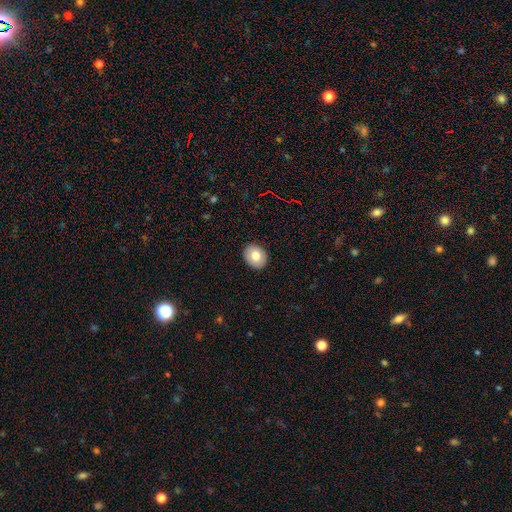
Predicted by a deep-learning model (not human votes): smooth-or-featured: smooth: 76% | featured or disk: 15% | star or artifact: 8%
  how-rounded: in between: 50% | round: 49% | cigar-shaped: 1%
  merging: none: 91% | minor disturbance: 7% | major disturbance: 2% | merger: 1%